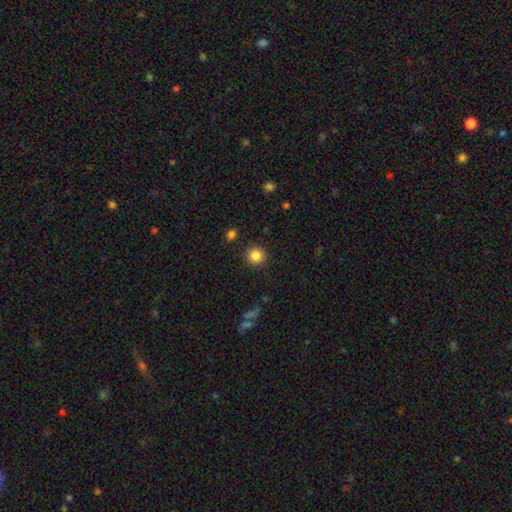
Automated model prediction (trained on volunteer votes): smooth_or_featured: smooth (p=0.85) [alt: star or artifact p=0.11]
how_rounded: round (p=0.94) [alt: in between p=0.05]
merging: none (p=0.90) [alt: minor disturbance p=0.06]